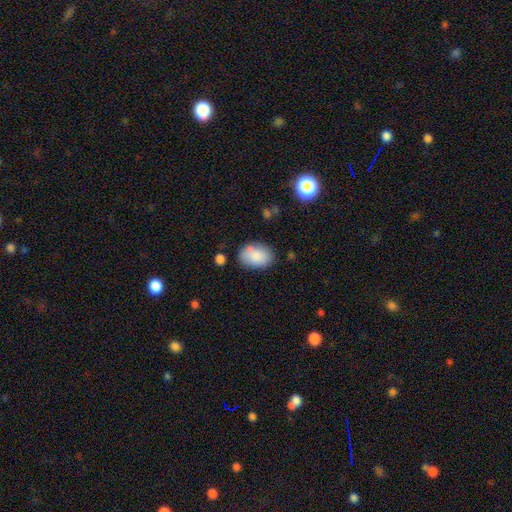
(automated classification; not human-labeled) Smooth or featured? smooth (85%)
How rounded? in between (84%)
Merging? none (75%)